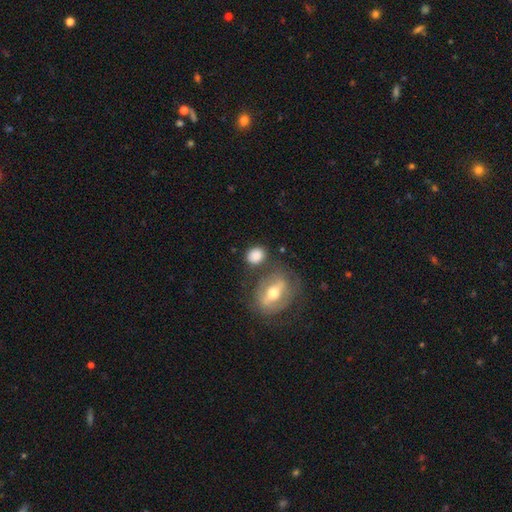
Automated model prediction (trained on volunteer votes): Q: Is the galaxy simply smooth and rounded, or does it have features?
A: smooth — 76%.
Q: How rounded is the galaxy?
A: round — 57%.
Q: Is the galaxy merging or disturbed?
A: none — 68%.